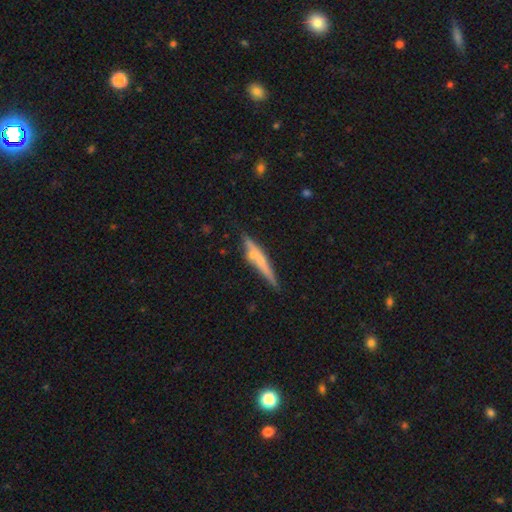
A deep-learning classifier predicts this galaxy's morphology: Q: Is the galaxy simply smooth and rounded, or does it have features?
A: featured or disk — 52%.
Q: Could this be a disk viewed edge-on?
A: yes — 93%.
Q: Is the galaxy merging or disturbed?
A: none — 72%.